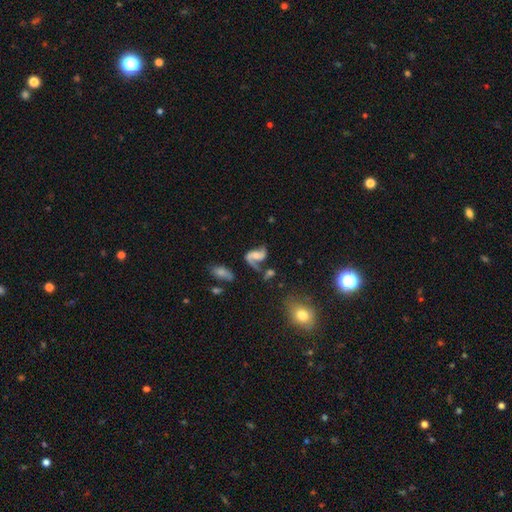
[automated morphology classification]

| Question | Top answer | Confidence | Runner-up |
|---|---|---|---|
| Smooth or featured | featured or disk | 81% | smooth (12%) |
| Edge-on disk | no | 98% | yes (2%) |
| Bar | no | 46% | weak (38%) |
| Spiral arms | yes | 93% | no (7%) |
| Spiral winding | loose | 60% | medium (33%) |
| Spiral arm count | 2 | 83% | 1 (12%) |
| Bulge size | small | 37% | tied: moderate (37%) |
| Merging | none | 47% | major disturbance (22%) |